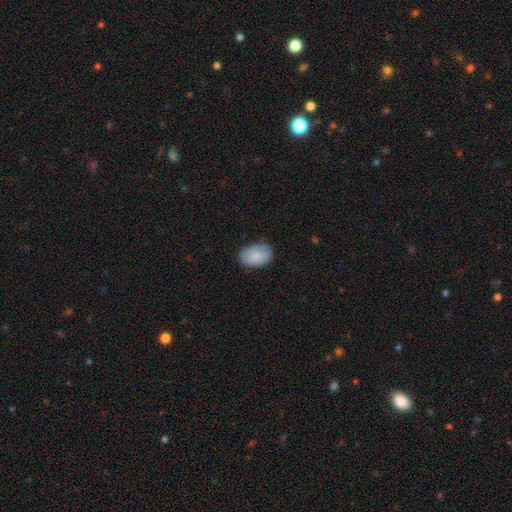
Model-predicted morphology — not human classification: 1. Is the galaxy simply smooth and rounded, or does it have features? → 84% smooth, 10% featured or disk, 6% star or artifact.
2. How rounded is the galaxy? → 87% in between, 12% round, 1% cigar-shaped.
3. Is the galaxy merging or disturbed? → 75% none, 20% minor disturbance, 4% major disturbance, 1% merger.